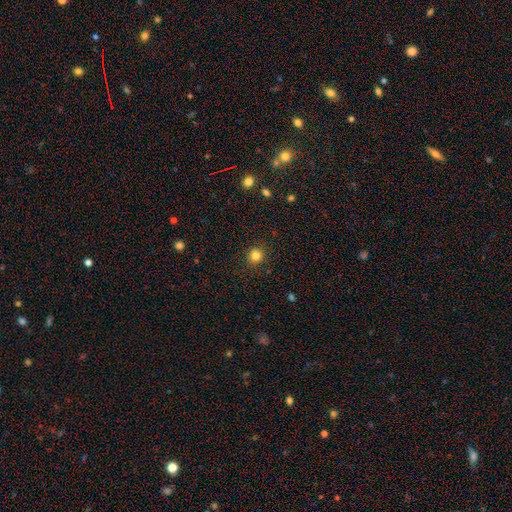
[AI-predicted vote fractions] smooth-or-featured: smooth: 83% | star or artifact: 12% | featured or disk: 5%
  how-rounded: round: 86% | in between: 13% | cigar-shaped: 1%
  merging: none: 89% | minor disturbance: 7% | major disturbance: 2% | merger: 1%